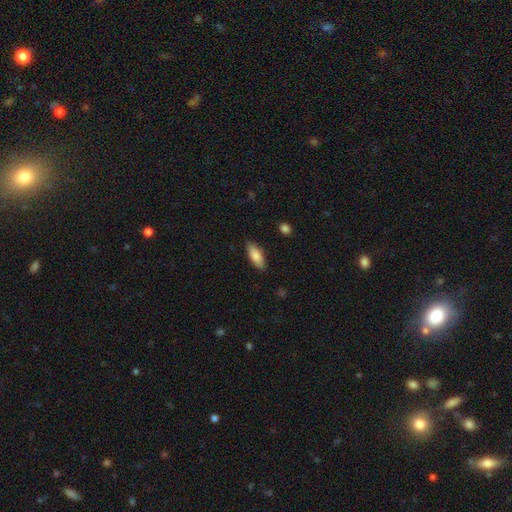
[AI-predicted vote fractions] A smooth galaxy with no disk features (81%) that is in between round and cigar-shaped (68%).

Vote fractions:
- Smooth or featured? smooth: 81% / featured or disk: 13% / star or artifact: 6%
- How rounded? in between: 68% / cigar-shaped: 31% / round: 2%
- Merging? none: 86% / minor disturbance: 10% / major disturbance: 2% / merger: 1%